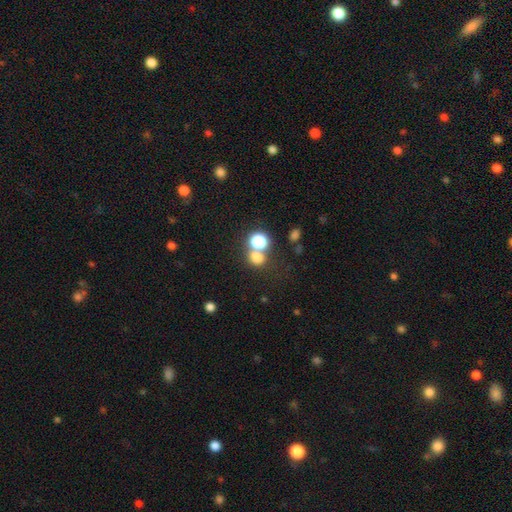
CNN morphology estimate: Q: Smooth or featured?
A: smooth (69%); runner-up: star or artifact (22%)
Q: How rounded?
A: round (74%); runner-up: in between (25%)
Q: Merging?
A: none (52%); runner-up: merger (34%)